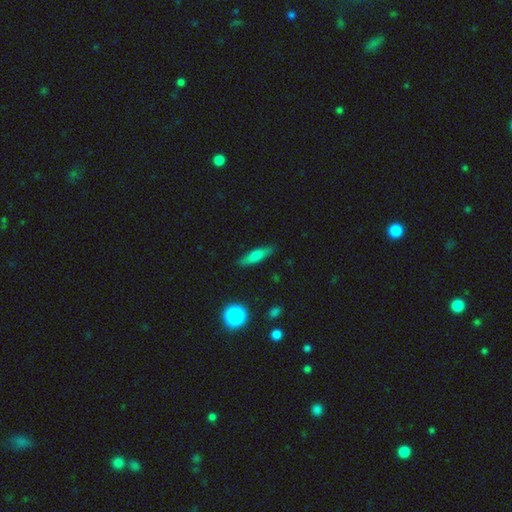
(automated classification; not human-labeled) Overall: smooth (68%). How rounded: cigar-shaped (69%). Merging: none (85%).